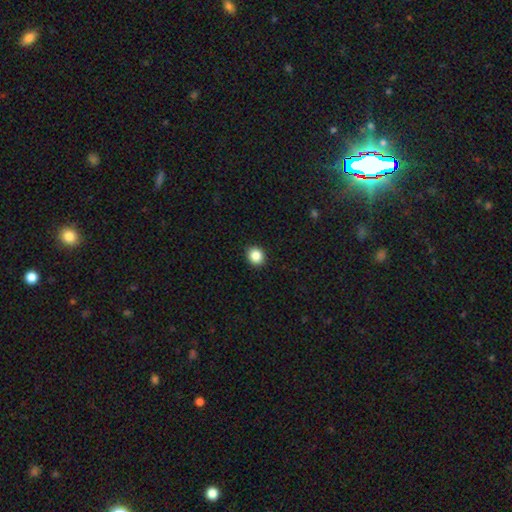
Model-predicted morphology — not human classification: type=smooth (87%); roundness=round (74%); merging=none (91%).